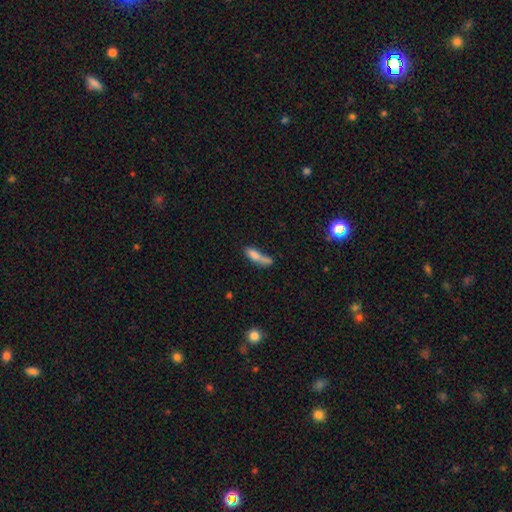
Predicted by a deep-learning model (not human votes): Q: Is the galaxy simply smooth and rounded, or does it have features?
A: smooth — 74%.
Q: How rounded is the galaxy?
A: cigar-shaped — 59%.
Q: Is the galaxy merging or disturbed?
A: none — 34%.